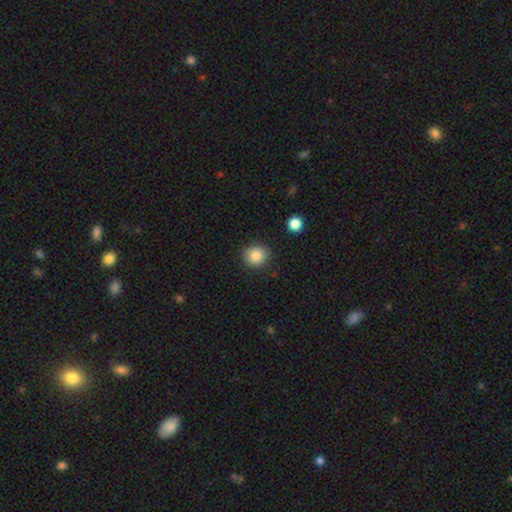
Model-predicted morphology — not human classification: This is clearly a smooth galaxy (85%). How rounded: clearly round (87%). Merging: clearly none (89%).